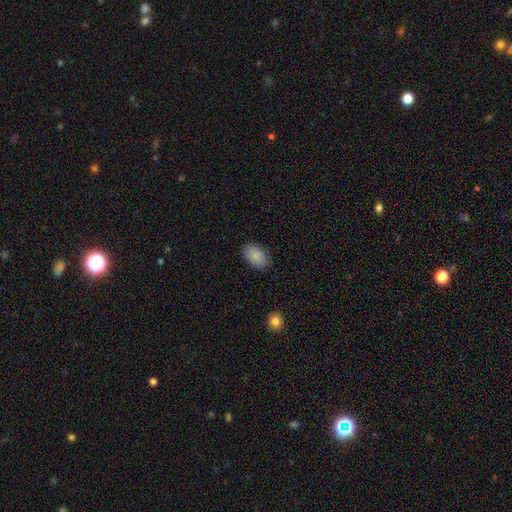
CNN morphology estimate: Smooth or featured: smooth — 88% (star or artifact — 7%)
How rounded: in between — 88% (round — 11%)
Merging: none — 87% (minor disturbance — 10%)